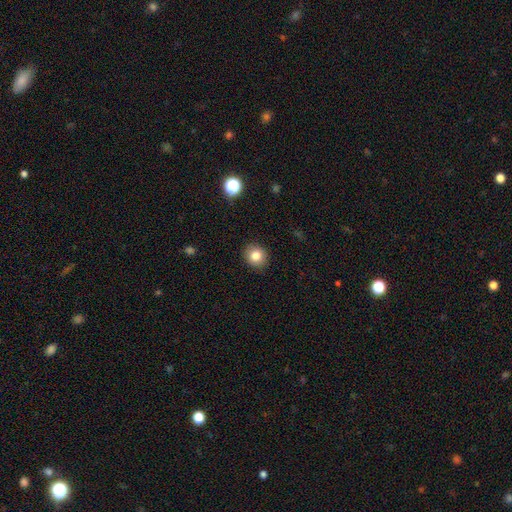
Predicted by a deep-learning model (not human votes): smooth 82%, star or artifact 11%, featured or disk 7%. Down the decision tree: how rounded — round (84%); merging — none (91%).